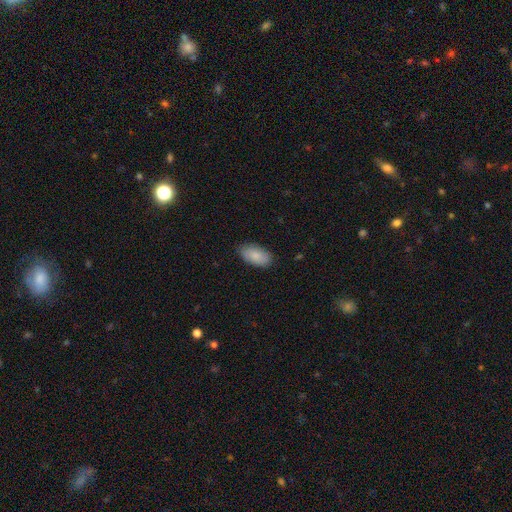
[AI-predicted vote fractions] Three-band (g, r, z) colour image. It shows a smooth galaxy with no disk features (84%) that is in between round and cigar-shaped (94%). Merging: none (82%).